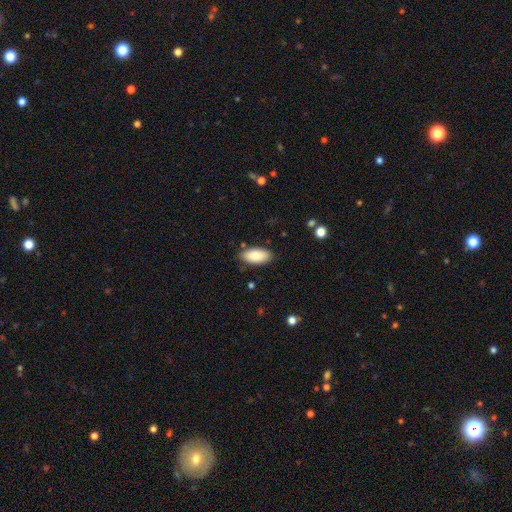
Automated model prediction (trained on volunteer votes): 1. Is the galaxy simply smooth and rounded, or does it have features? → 85% smooth, 9% featured or disk, 6% star or artifact.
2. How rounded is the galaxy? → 92% in between, 7% cigar-shaped, 2% round.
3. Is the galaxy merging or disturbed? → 85% none, 11% minor disturbance, 2% major disturbance, 2% merger.